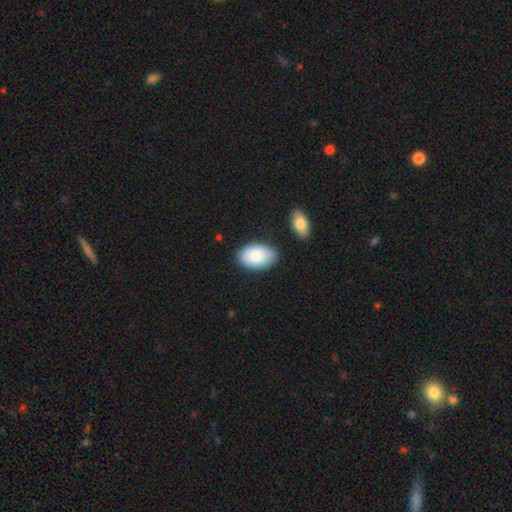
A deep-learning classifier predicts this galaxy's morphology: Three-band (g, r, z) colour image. It shows a smooth galaxy with no disk features (83%) that is in between round and cigar-shaped (91%). Merging: none (79%).